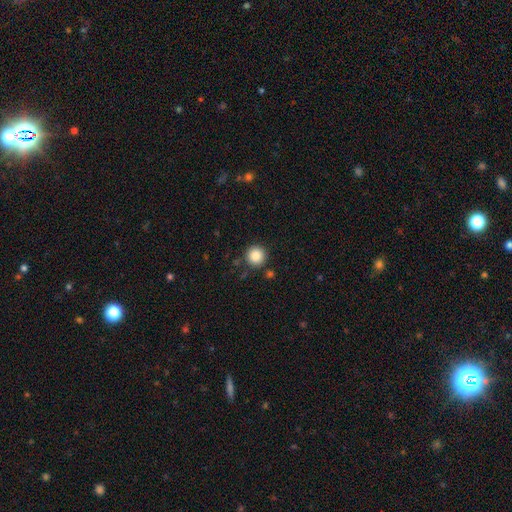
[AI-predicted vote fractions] Smooth or featured? smooth (85%)
How rounded? round (95%)
Merging? none (87%)